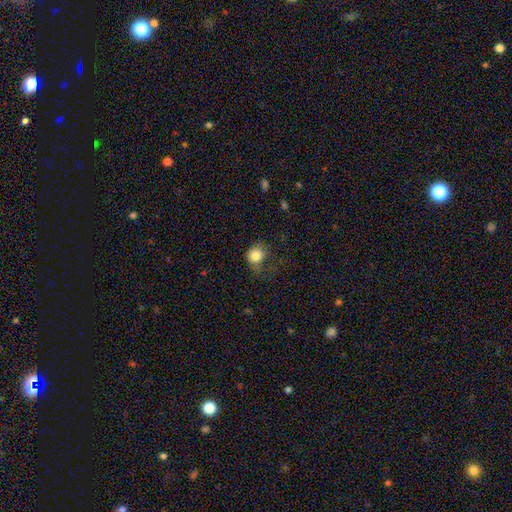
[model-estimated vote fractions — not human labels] Smooth or featured? smooth (83%)
How rounded? round (76%)
Merging? none (46%)